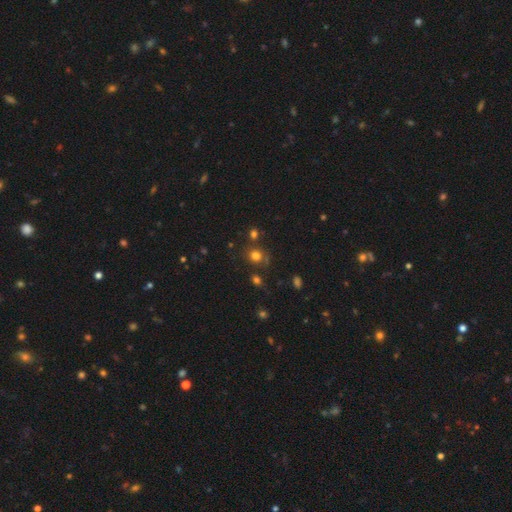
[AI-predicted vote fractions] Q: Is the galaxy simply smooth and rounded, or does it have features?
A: smooth — 73%.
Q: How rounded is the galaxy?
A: round — 82%.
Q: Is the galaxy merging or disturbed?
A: none — 69%.